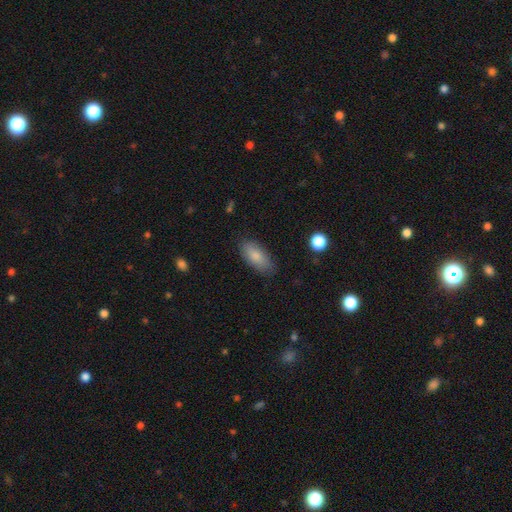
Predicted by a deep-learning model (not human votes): smooth-or-featured: smooth: 83% | featured or disk: 10% | star or artifact: 7%
  how-rounded: in between: 87% | cigar-shaped: 11% | round: 3%
  merging: none: 80% | minor disturbance: 15% | major disturbance: 3% | merger: 1%